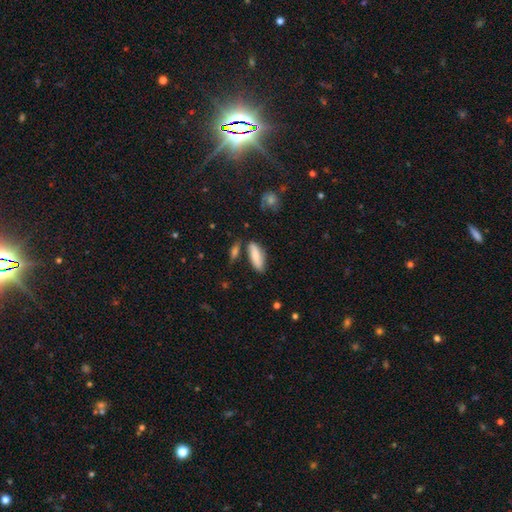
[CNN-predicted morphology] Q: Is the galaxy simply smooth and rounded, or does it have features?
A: smooth — 79%.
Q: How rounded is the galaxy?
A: in between — 63%.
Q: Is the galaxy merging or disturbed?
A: none — 68%.